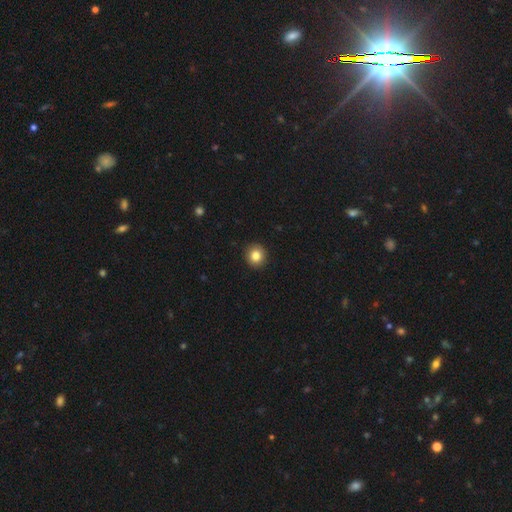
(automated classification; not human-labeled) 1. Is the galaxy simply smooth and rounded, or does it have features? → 84% smooth, 10% star or artifact, 6% featured or disk.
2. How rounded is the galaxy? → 92% round, 7% in between, 1% cigar-shaped.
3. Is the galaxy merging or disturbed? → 92% none, 5% minor disturbance, 2% major disturbance, 1% merger.